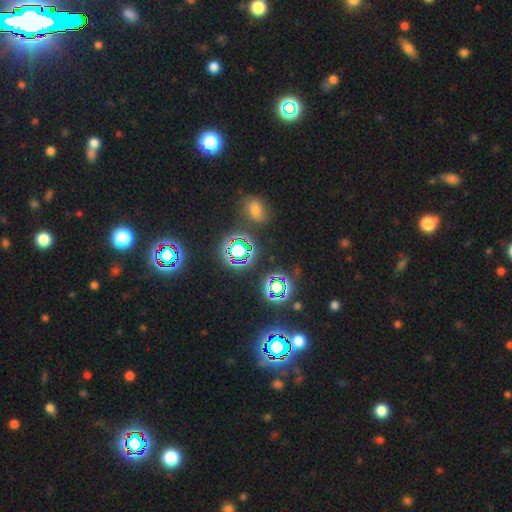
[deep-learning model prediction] Smooth or featured? star or artifact (69%)